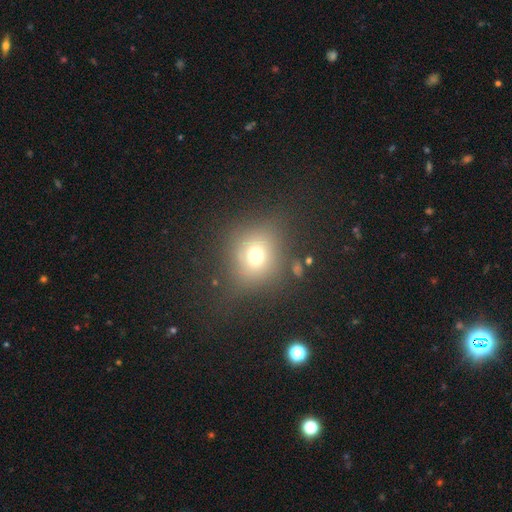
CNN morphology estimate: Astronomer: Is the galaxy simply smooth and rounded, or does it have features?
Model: smooth — 68%.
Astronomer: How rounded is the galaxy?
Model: round — 73%.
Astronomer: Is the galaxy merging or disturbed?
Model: none — 73%.